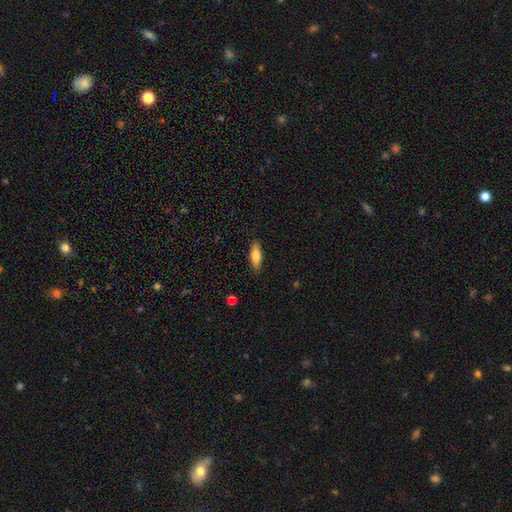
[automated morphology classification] This is likely a smooth galaxy (76%). How rounded: likely in between (63%). Merging: clearly none (87%).